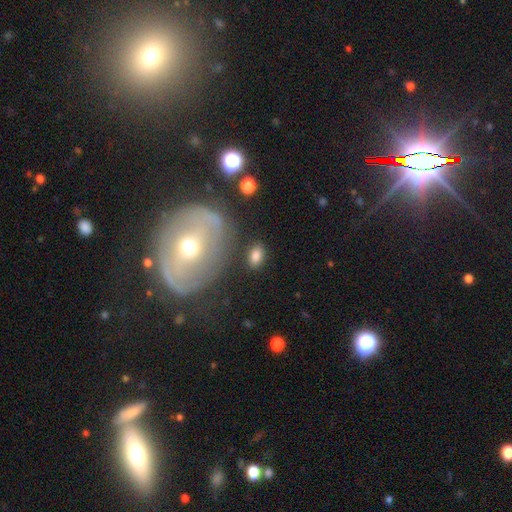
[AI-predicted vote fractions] smooth-or-featured: smooth: 81% | featured or disk: 10% | star or artifact: 9%
  how-rounded: in between: 87% | round: 11% | cigar-shaped: 2%
  merging: none: 80% | minor disturbance: 11% | major disturbance: 5% | merger: 4%